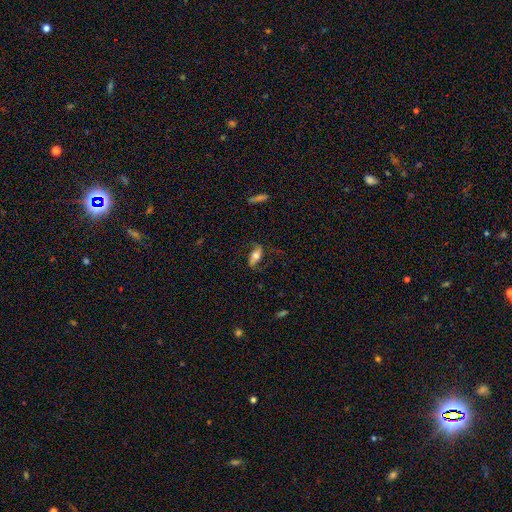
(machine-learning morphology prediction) smooth 47%, featured or disk 46%, star or artifact 7%. Down the decision tree: merging — none (70%).